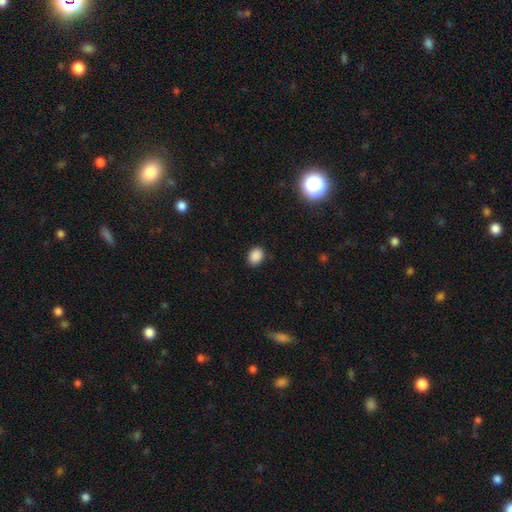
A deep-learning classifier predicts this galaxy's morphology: Smooth or featured? smooth (88%)
How rounded? in between (56%)
Merging? none (88%)